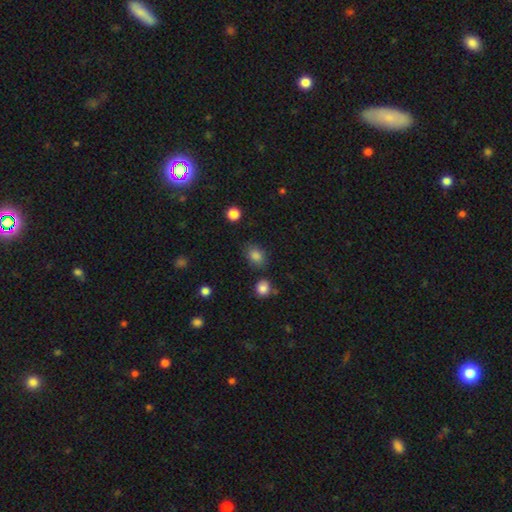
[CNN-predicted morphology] Q: Smooth or featured?
A: smooth (84%); runner-up: star or artifact (11%)
Q: How rounded?
A: in between (67%); runner-up: round (32%)
Q: Merging?
A: none (74%); runner-up: minor disturbance (17%)